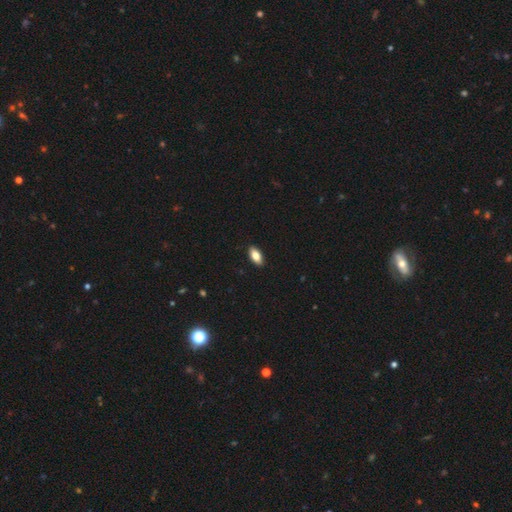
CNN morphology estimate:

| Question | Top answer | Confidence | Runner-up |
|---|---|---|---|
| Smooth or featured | smooth | 82% | featured or disk (11%) |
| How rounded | in between | 90% | cigar-shaped (7%) |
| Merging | none | 91% | minor disturbance (7%) |